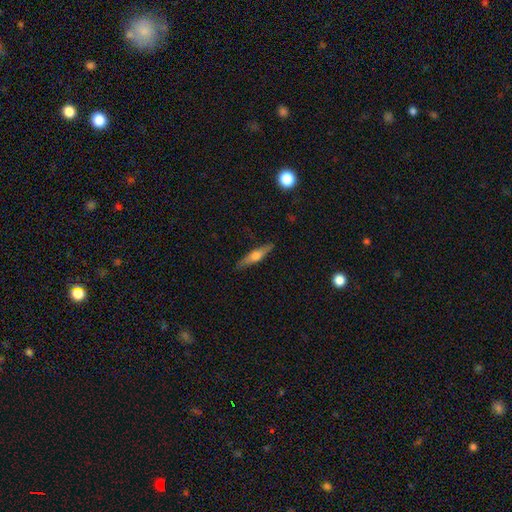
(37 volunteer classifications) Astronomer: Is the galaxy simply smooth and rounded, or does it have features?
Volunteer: smooth — 54% (runner-up: featured or disk, 43%).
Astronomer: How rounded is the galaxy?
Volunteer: cigar-shaped — 80%.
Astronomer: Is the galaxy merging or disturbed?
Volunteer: none — 92%.